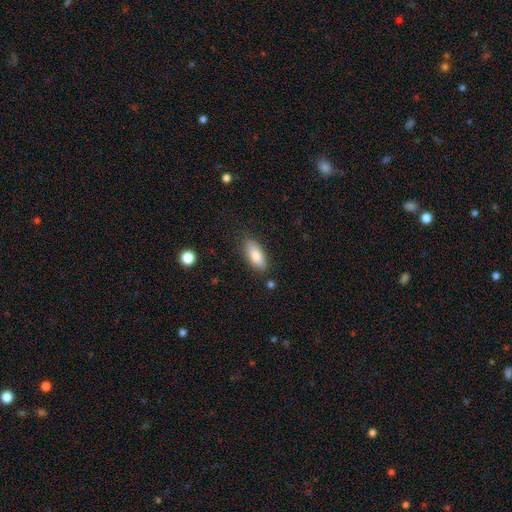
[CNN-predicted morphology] Smooth or featured?
  - smooth: 80% *
  - featured or disk: 13%
  - star or artifact: 7%
How rounded?
  - in between: 81% *
  - cigar-shaped: 17%
  - round: 2%
Merging?
  - none: 82% *
  - minor disturbance: 13%
  - major disturbance: 3%
  - merger: 2%